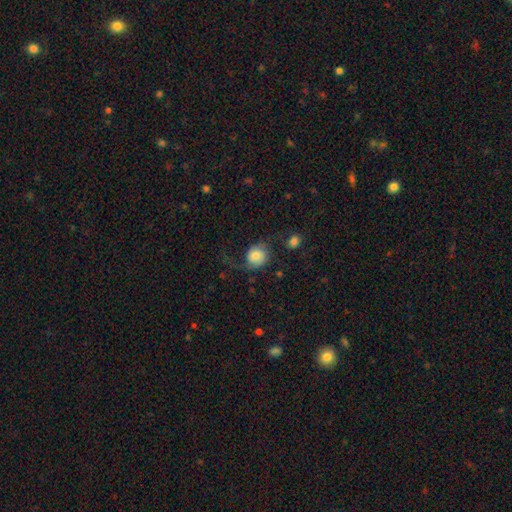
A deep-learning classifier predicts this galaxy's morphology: A smooth galaxy with no disk features (58%) that is round (79%). Merging: none (48%).